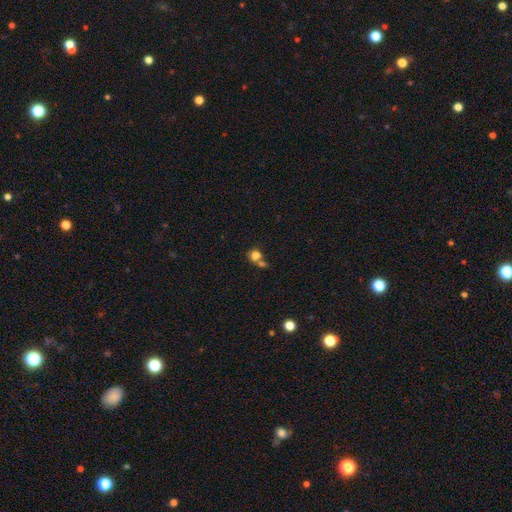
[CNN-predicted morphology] type=smooth (77%); roundness=round (62%); merging=merger (49%).